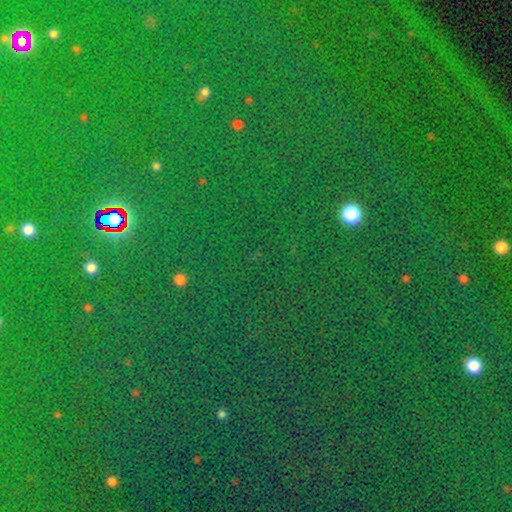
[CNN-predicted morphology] A star or artifact, not a galaxy (81%).

Vote fractions:
- Smooth or featured? star or artifact: 81% / smooth: 12% / featured or disk: 7%